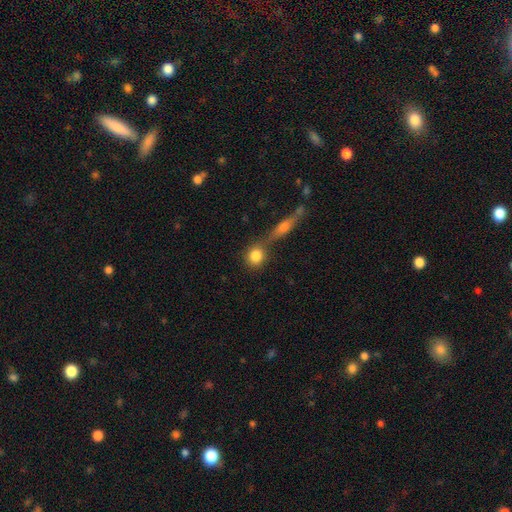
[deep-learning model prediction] Smooth or featured?
  - smooth: 82% *
  - featured or disk: 10%
  - star or artifact: 9%
How rounded?
  - round: 80% *
  - in between: 17%
  - cigar-shaped: 3%
Merging?
  - none: 56% *
  - merger: 30%
  - minor disturbance: 10%
  - major disturbance: 4%